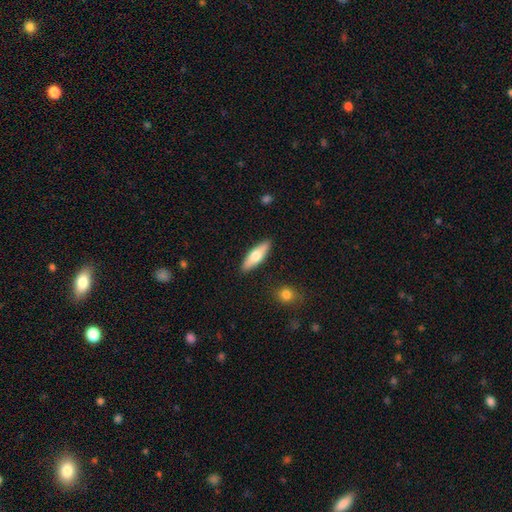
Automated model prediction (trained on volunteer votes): smooth 63%, featured or disk 32%, star or artifact 6%. Down the decision tree: how rounded — cigar-shaped (50%); merging — none (88%).